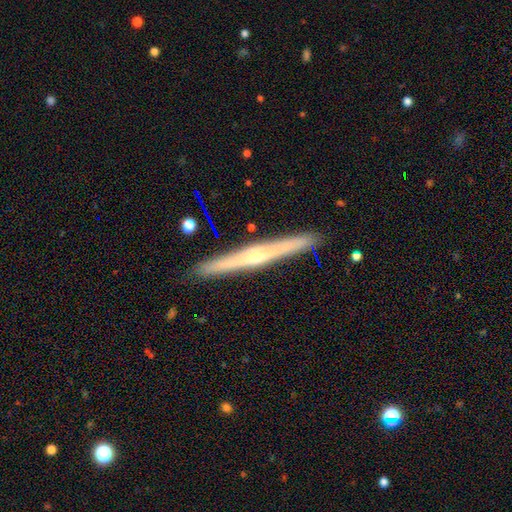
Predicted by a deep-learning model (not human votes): Smooth or featured: featured or disk — 73% (smooth — 21%)
Edge-on disk: yes — 98% (no — 2%)
Edge-on bulge: rounded — 74% (none — 22%)
Merging: none — 92% (minor disturbance — 6%)